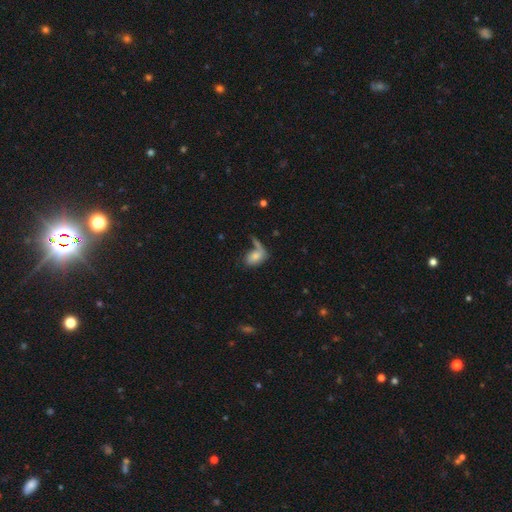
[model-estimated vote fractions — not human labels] Morphology: type=smooth (70%); roundness=in between (88%); merging=none (37%).